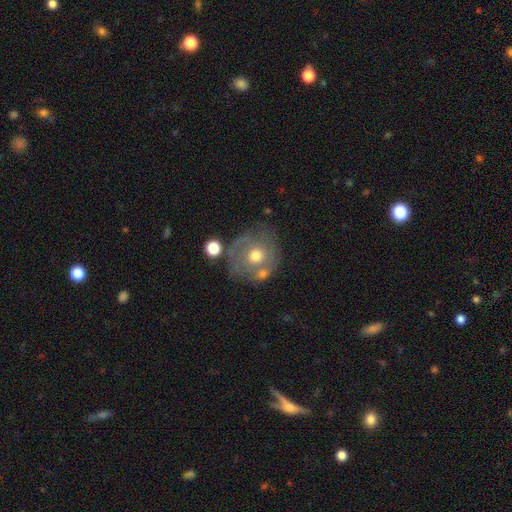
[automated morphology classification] This is possibly a featured or disk galaxy (49%). Merging: possibly none (57%).